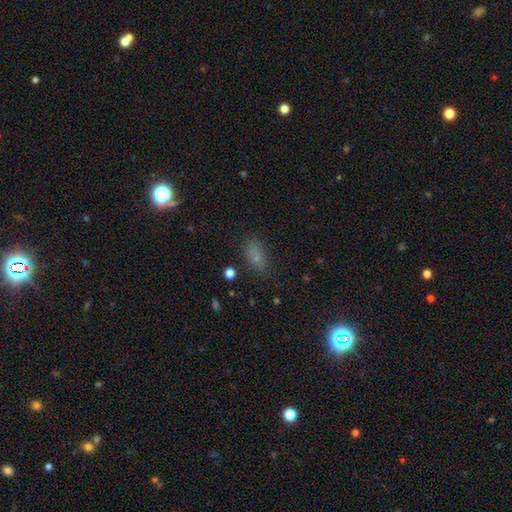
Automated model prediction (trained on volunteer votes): Smooth or featured? smooth (68%)
How rounded? in between (83%)
Merging? none (75%)